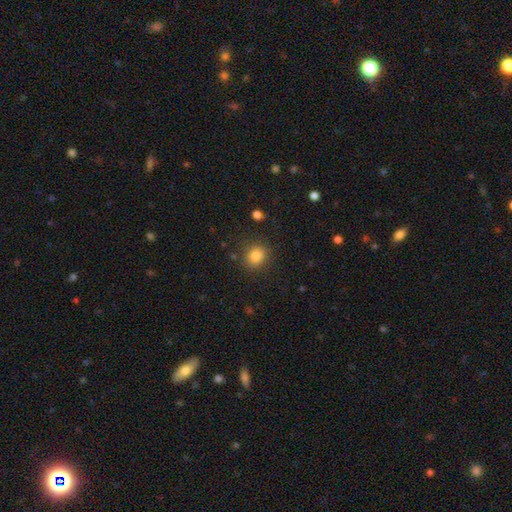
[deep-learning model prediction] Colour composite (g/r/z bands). It shows a smooth galaxy with no disk features (84%) that is round (66%). Merging: none (85%).